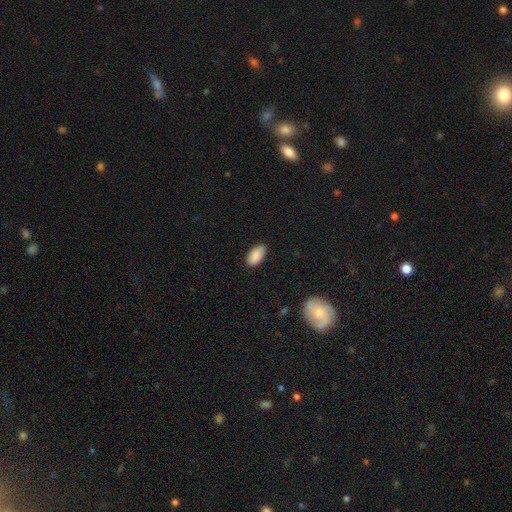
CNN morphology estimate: Overall: smooth (89%). How rounded: in between (95%). Merging: none (85%).